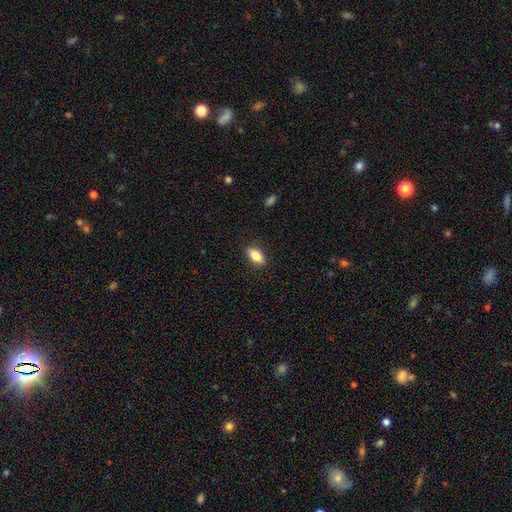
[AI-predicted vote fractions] This is clearly a smooth galaxy (83%). How rounded: clearly in between (86%). Merging: clearly none (87%).